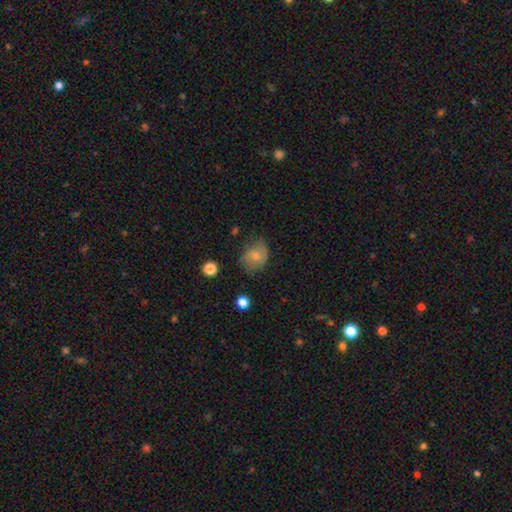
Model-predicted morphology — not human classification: Smooth or featured? smooth (68%)
How rounded? round (50%)
Merging? none (58%)